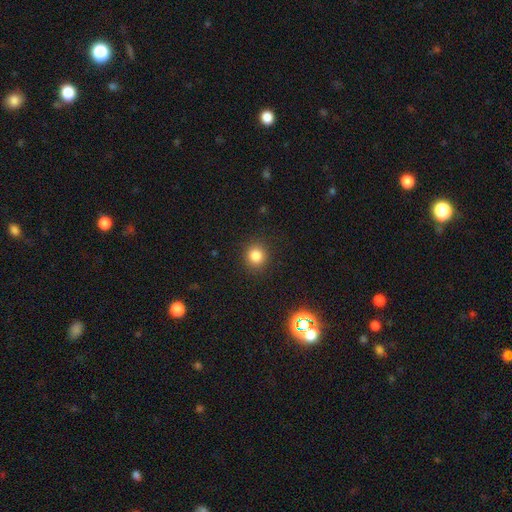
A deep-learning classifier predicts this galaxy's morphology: Smooth or featured?
  - smooth: 83% *
  - star or artifact: 12%
  - featured or disk: 5%
How rounded?
  - round: 89% *
  - in between: 10%
  - cigar-shaped: 1%
Merging?
  - none: 90% *
  - minor disturbance: 7%
  - major disturbance: 3%
  - merger: 1%